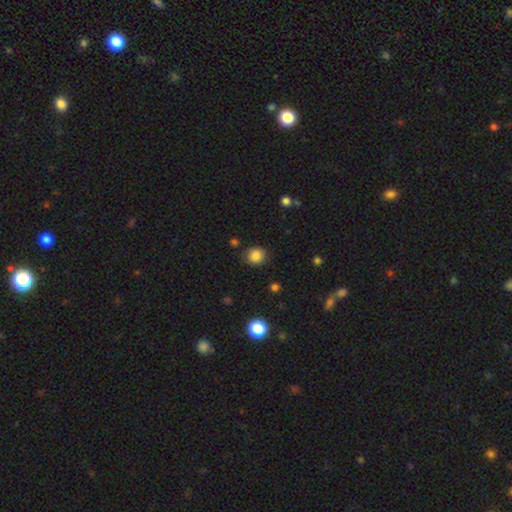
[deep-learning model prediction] This appears to be a smooth galaxy with no disk features (84%) that is round (81%). Merging: none (83%).